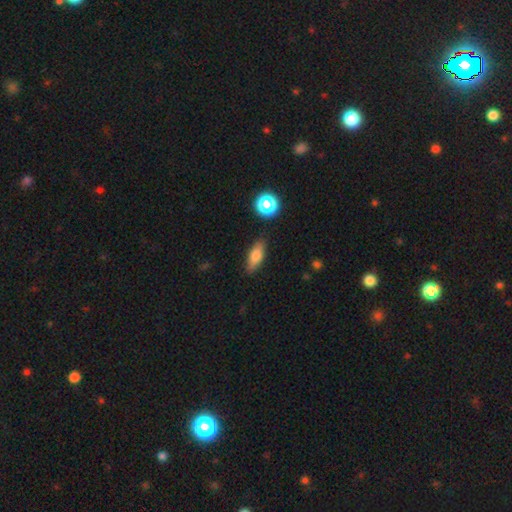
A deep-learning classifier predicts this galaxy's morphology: Q: Smooth or featured?
A: smooth (72%); runner-up: featured or disk (19%)
Q: How rounded?
A: in between (66%); runner-up: cigar-shaped (29%)
Q: Merging?
A: none (85%); runner-up: minor disturbance (11%)